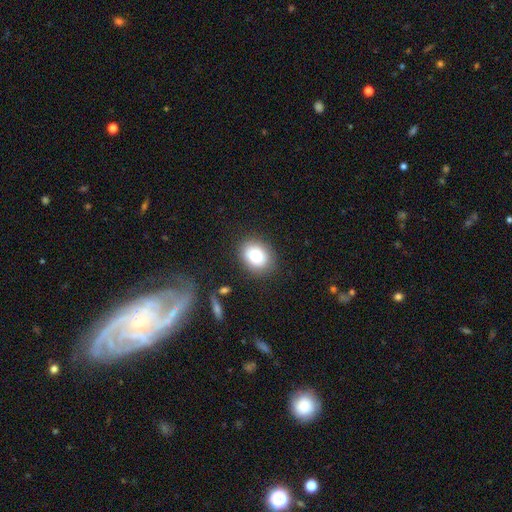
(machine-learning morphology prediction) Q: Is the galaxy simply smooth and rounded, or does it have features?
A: smooth — 78%.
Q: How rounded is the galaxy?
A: in between — 52%.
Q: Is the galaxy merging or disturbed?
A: none — 85%.